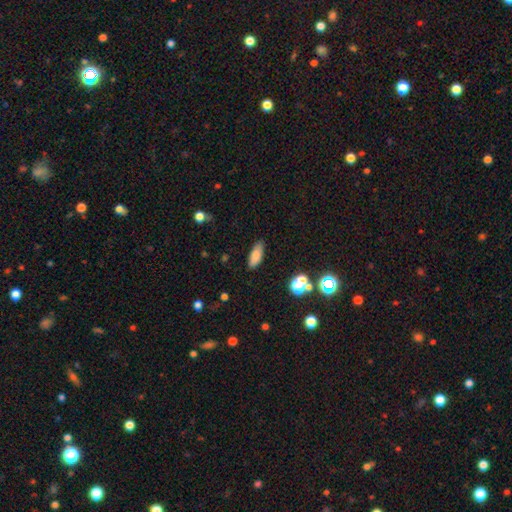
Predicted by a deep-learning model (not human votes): Smooth or featured? smooth (80%)
How rounded? in between (74%)
Merging? none (85%)